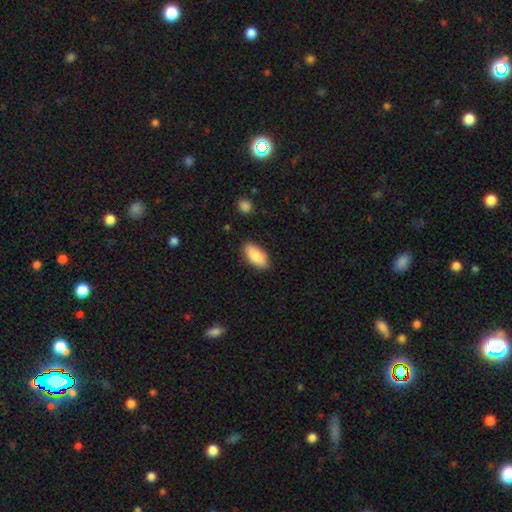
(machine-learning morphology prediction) Q: Smooth or featured?
A: smooth (86%); runner-up: featured or disk (8%)
Q: How rounded?
A: in between (88%); runner-up: cigar-shaped (9%)
Q: Merging?
A: none (87%); runner-up: minor disturbance (10%)